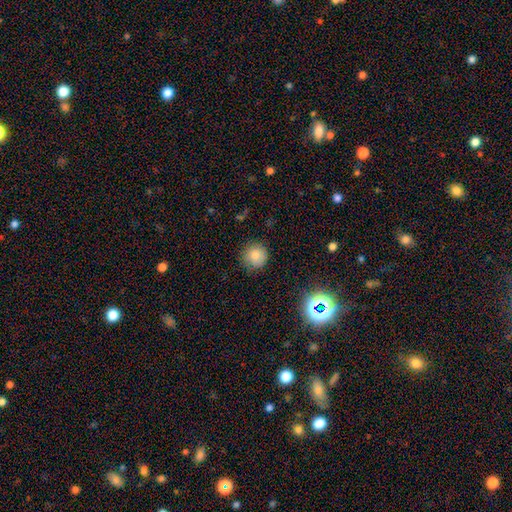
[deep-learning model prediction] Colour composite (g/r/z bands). It shows a smooth galaxy with no disk features (81%) that is round (93%). Merging: none (84%).